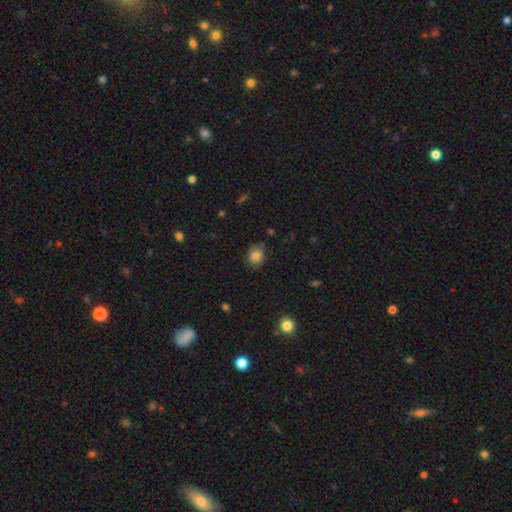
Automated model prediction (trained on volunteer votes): A smooth galaxy with no disk features (80%) that is round (64%).

Vote fractions:
- Smooth or featured? smooth: 80% / star or artifact: 10% / featured or disk: 10%
- How rounded? round: 64% / in between: 35% / cigar-shaped: 1%
- Merging? none: 77% / minor disturbance: 17% / major disturbance: 4% / merger: 2%